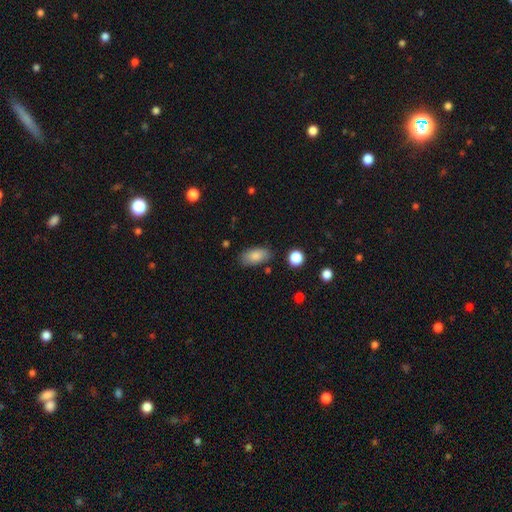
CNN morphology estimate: Smooth or featured? Predicted: smooth (p=0.85). How rounded? Predicted: in between (p=0.90). Merging? Predicted: none (p=0.81).